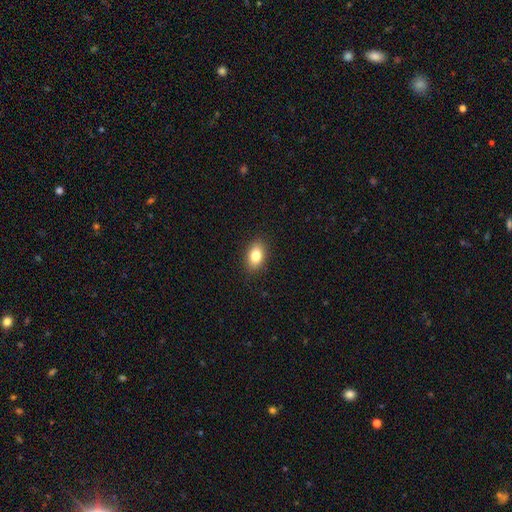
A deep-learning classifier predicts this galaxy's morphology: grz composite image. It shows a smooth galaxy with no disk features (81%) that is in between round and cigar-shaped (84%). Merging: none (89%).